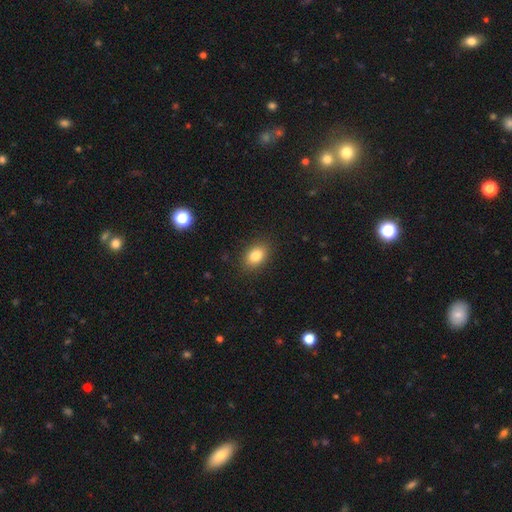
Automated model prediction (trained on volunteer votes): Smooth or featured? Predicted: smooth (p=0.83). How rounded? Predicted: in between (p=0.80). Merging? Predicted: none (p=0.88).